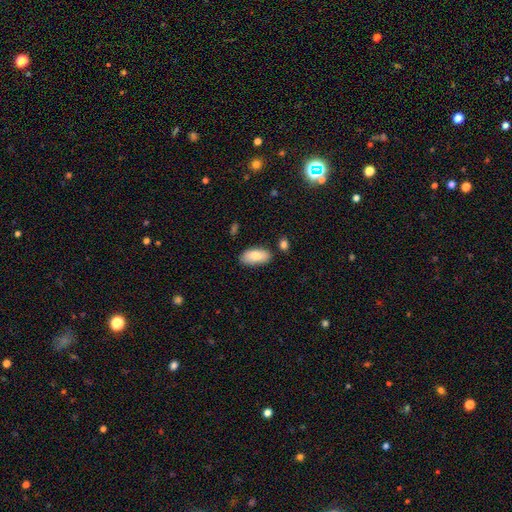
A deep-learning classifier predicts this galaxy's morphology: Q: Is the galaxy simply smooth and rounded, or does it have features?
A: smooth — 82%.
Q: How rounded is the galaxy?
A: in between — 92%.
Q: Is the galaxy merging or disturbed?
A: none — 80%.